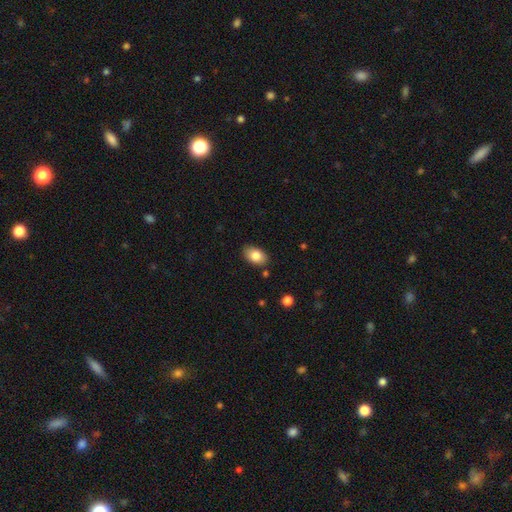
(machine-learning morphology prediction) The model was most divided on "smooth or featured": smooth: 82%, featured or disk: 10%, star or artifact: 7%. More confident: how rounded — in between (90%); merging — none (84%).